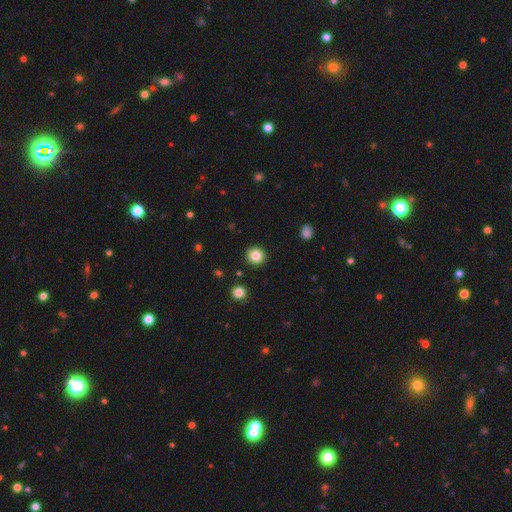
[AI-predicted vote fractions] Smooth or featured? Predicted: smooth (p=0.85). How rounded? Predicted: round (p=0.93). Merging? Predicted: none (p=0.91).